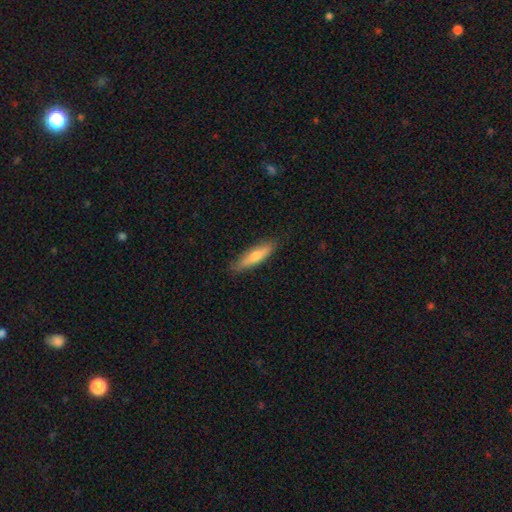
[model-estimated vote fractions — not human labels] smooth-or-featured: smooth: 60% | featured or disk: 34% | star or artifact: 6%
  how-rounded: cigar-shaped: 78% | in between: 21% | round: 2%
  merging: none: 87% | minor disturbance: 11% | major disturbance: 2% | merger: 1%